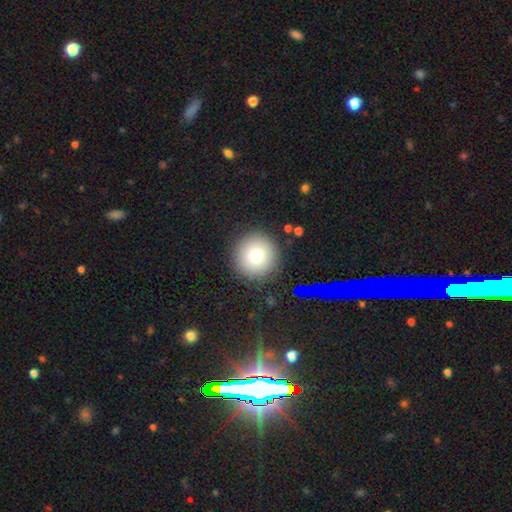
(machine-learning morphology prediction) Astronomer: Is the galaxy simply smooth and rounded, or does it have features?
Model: smooth — 76%.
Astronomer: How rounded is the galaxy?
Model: round — 94%.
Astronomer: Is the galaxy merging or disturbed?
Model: none — 88%.